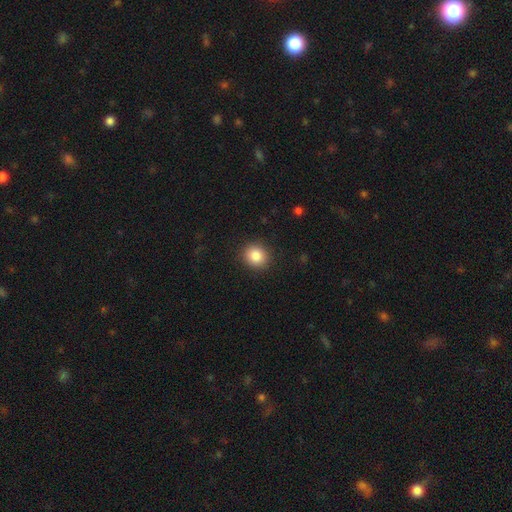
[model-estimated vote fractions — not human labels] A smooth galaxy with no disk features (85%) that is round (85%). Merging: none (91%).